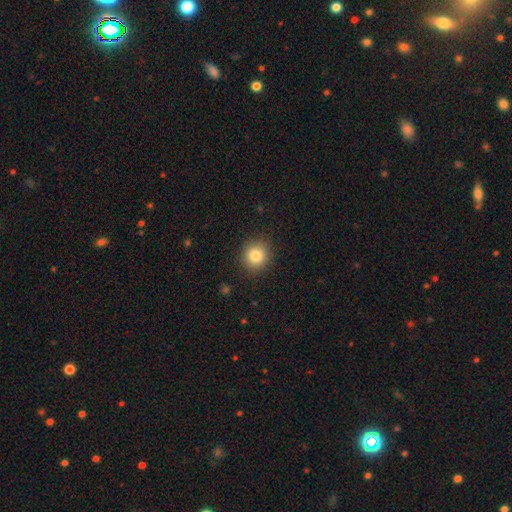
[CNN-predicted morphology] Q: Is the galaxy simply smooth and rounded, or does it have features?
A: smooth — 83%.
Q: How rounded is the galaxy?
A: round — 90%.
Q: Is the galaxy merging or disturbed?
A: none — 91%.